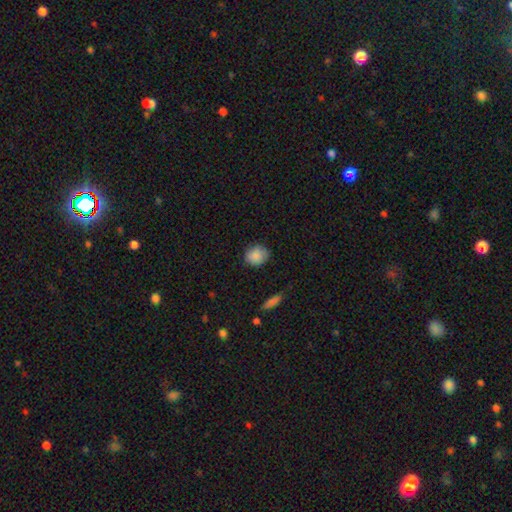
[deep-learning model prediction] smooth_or_featured: smooth (p=0.87) [alt: star or artifact p=0.08]
how_rounded: round (p=0.71) [alt: in between p=0.28]
merging: none (p=0.79) [alt: minor disturbance p=0.17]